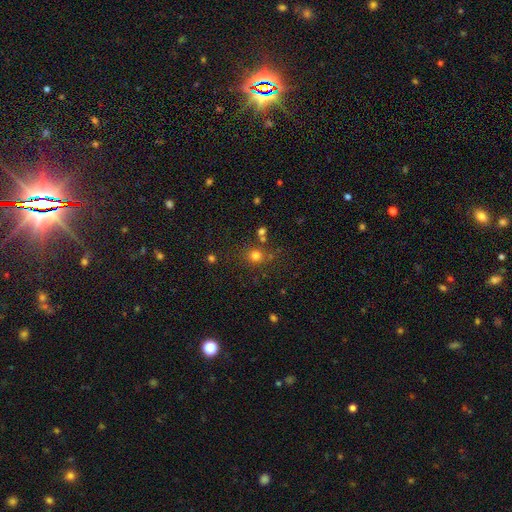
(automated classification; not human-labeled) This appears to be a smooth galaxy with no disk features (75%) that is round (86%). Merging: none (75%).